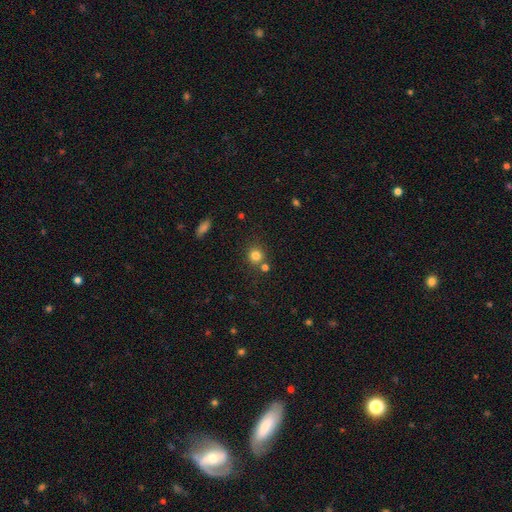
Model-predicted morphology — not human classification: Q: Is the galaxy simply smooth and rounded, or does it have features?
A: smooth — 81%.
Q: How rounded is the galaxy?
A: round — 89%.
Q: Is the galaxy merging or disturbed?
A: none — 71%.